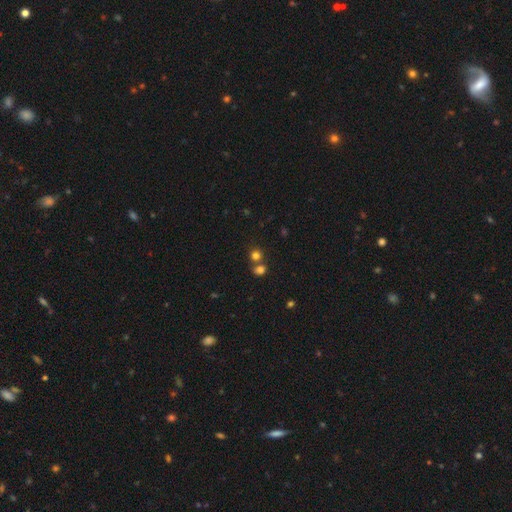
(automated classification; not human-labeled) Q: Smooth or featured?
A: smooth (77%); runner-up: star or artifact (16%)
Q: How rounded?
A: round (84%); runner-up: in between (15%)
Q: Merging?
A: none (57%); runner-up: merger (32%)